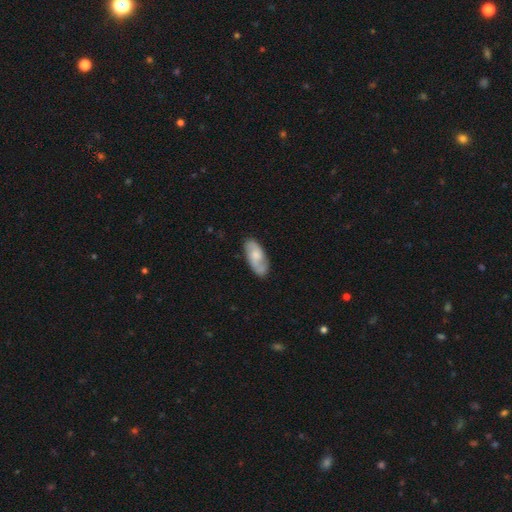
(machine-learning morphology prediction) This is possibly a featured or disk galaxy (48%). Merging: likely none (76%).